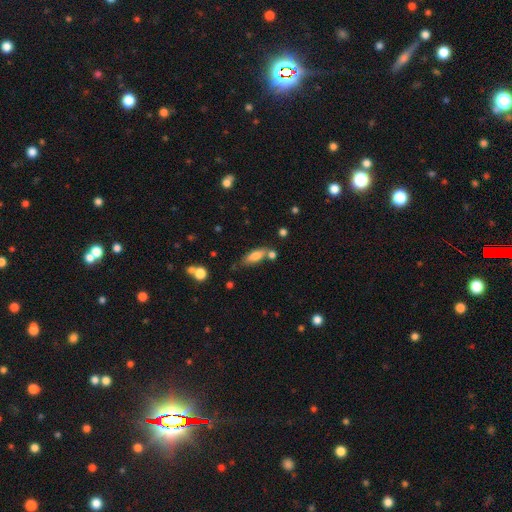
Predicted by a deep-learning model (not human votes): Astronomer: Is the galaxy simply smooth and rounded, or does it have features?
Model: smooth — 74%.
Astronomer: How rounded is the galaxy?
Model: in between — 67%.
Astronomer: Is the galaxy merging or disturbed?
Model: none — 62%.